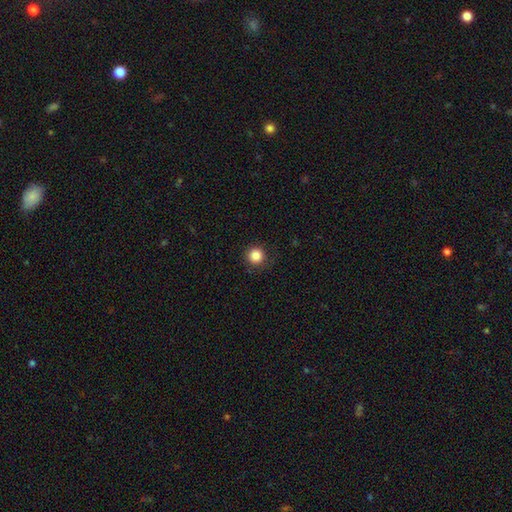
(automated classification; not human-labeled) smooth-or-featured: smooth: 85% | star or artifact: 11% | featured or disk: 4%
  how-rounded: round: 96% | in between: 3% | cigar-shaped: 1%
  merging: none: 90% | minor disturbance: 7% | major disturbance: 2% | merger: 1%